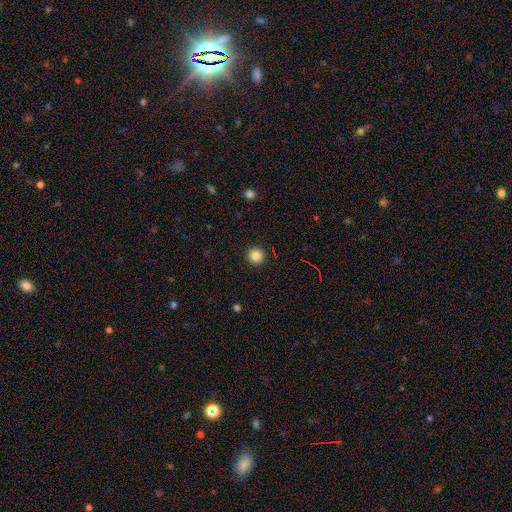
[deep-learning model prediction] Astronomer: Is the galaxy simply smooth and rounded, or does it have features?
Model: smooth — 84%.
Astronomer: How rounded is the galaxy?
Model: round — 96%.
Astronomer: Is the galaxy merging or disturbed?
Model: none — 93%.